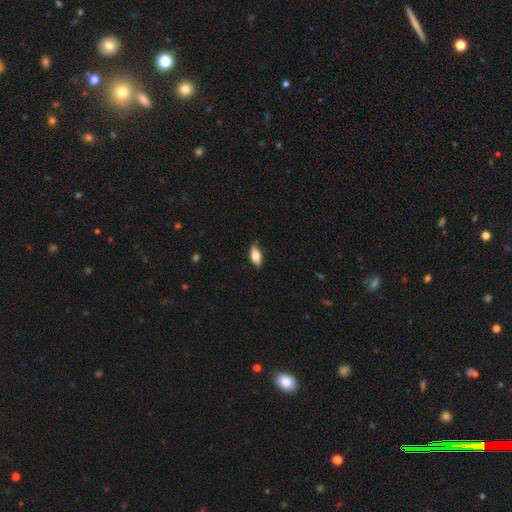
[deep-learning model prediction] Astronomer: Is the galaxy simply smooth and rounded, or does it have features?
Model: smooth — 76%.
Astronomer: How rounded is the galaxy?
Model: in between — 84%.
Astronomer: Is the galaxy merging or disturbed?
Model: none — 85%.